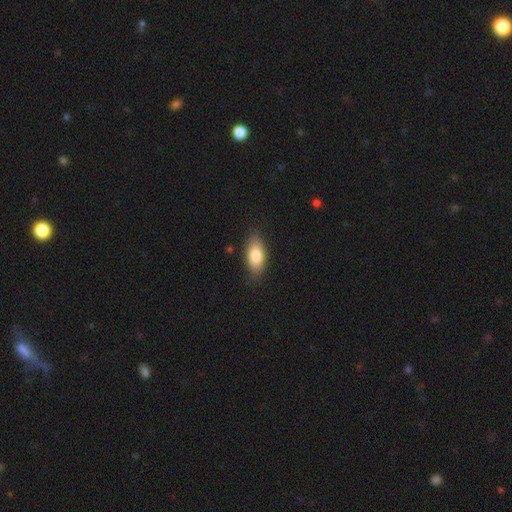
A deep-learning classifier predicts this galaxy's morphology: A smooth galaxy with no disk features (81%) that is in between round and cigar-shaped (88%).

Vote fractions:
- Smooth or featured? smooth: 81% / featured or disk: 13% / star or artifact: 7%
- How rounded? in between: 88% / cigar-shaped: 9% / round: 4%
- Merging? none: 82% / minor disturbance: 14% / major disturbance: 3% / merger: 1%